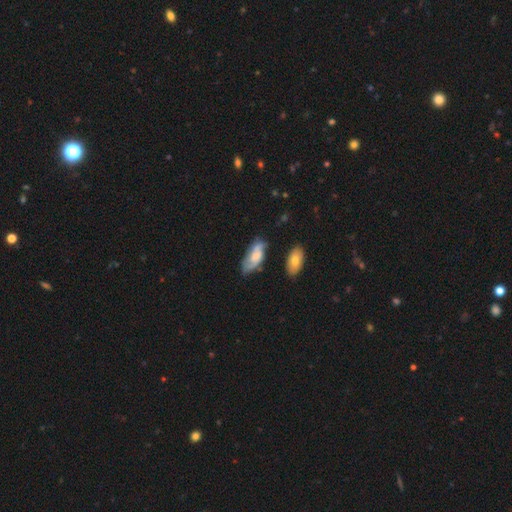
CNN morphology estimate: featured or disk 54%, smooth 38%, star or artifact 7%. Down the decision tree: edge-on disk — no (91%); merging — none (63%).